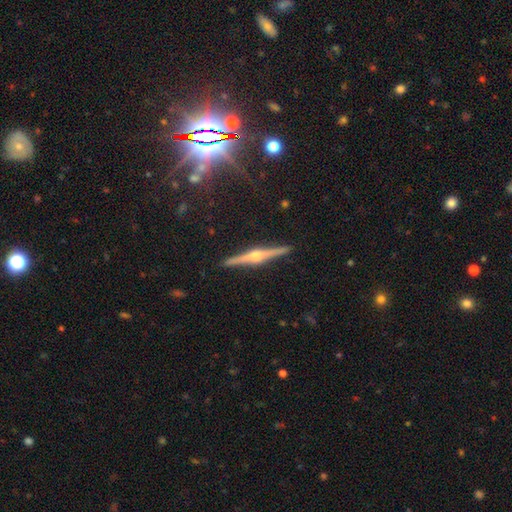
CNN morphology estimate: smooth_or_featured: featured or disk (p=0.85) [alt: smooth p=0.08]
disk_edge_on: yes (p=0.98) [alt: no p=0.02]
edge_on_bulge: rounded (p=0.93) [alt: boxy p=0.05]
merging: none (p=0.92) [alt: minor disturbance p=0.05]